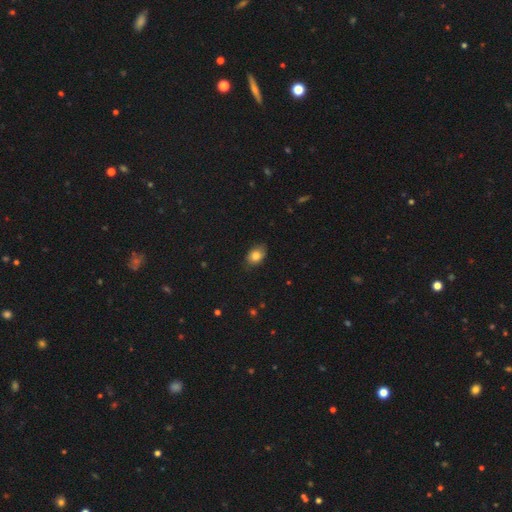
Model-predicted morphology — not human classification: type=smooth (82%); roundness=in between (79%); merging=none (79%).